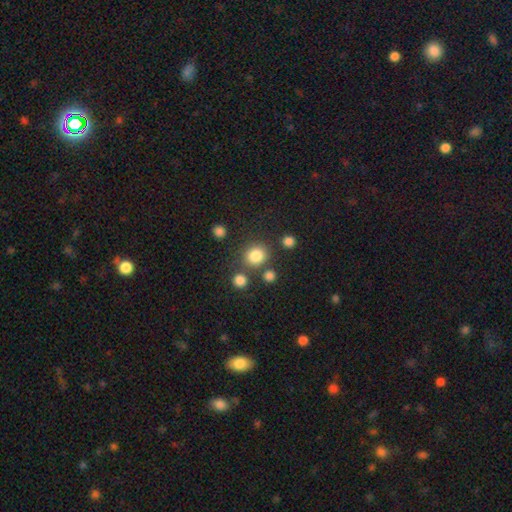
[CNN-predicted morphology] Smooth or featured: smooth — 81% (star or artifact — 13%)
How rounded: round — 83% (in between — 16%)
Merging: none — 75% (merger — 11%)